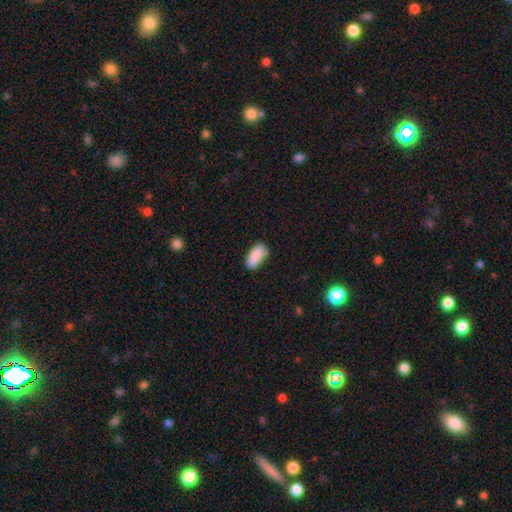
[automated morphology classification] A smooth galaxy with no disk features (88%) that is in between round and cigar-shaped (88%). Merging: none (74%).